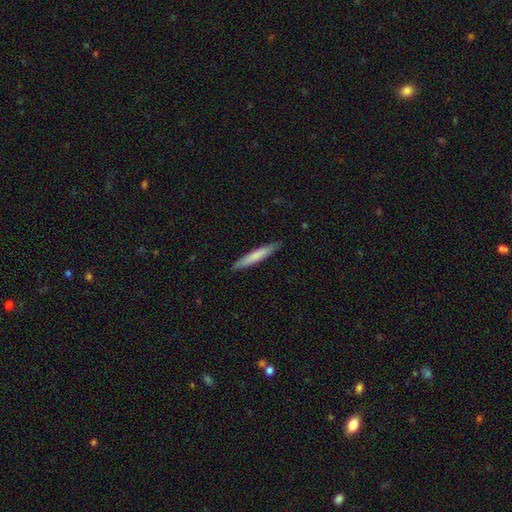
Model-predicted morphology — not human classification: This is likely a smooth galaxy (73%). How rounded: clearly cigar-shaped (95%). Merging: clearly none (90%).